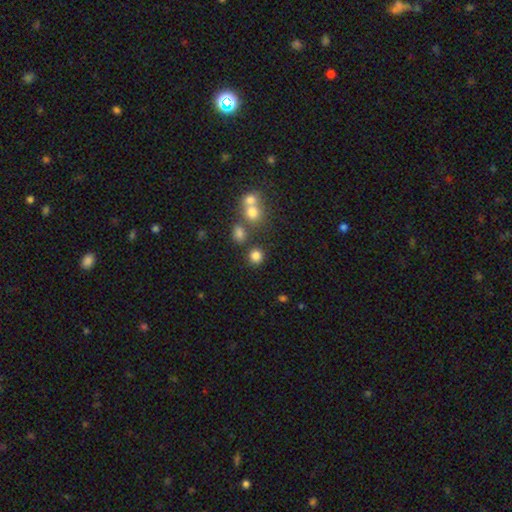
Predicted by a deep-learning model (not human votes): This is clearly a smooth galaxy (81%). How rounded: clearly round (89%). Merging: likely none (79%).